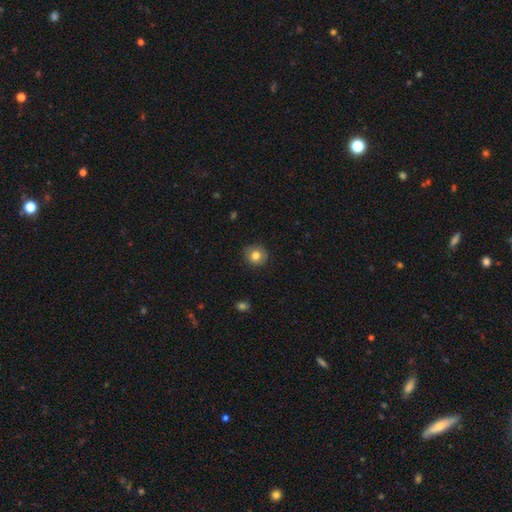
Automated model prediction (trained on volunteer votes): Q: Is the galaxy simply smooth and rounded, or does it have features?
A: smooth — 81%.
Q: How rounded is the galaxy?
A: round — 88%.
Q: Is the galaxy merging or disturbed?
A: none — 85%.